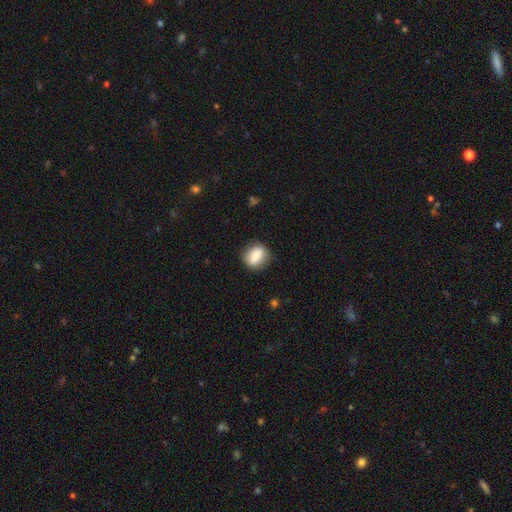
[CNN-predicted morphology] Smooth or featured?
  - smooth: 77% *
  - featured or disk: 16%
  - star or artifact: 8%
How rounded?
  - round: 62% *
  - in between: 36%
  - cigar-shaped: 2%
Merging?
  - none: 85% *
  - minor disturbance: 11%
  - major disturbance: 3%
  - merger: 1%